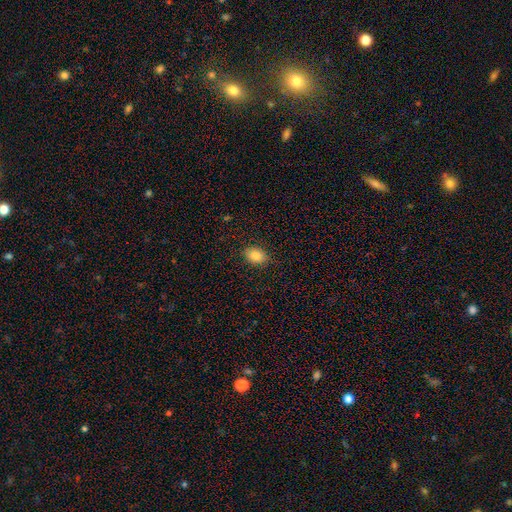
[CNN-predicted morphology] Smooth or featured? smooth (85%)
How rounded? in between (75%)
Merging? none (88%)